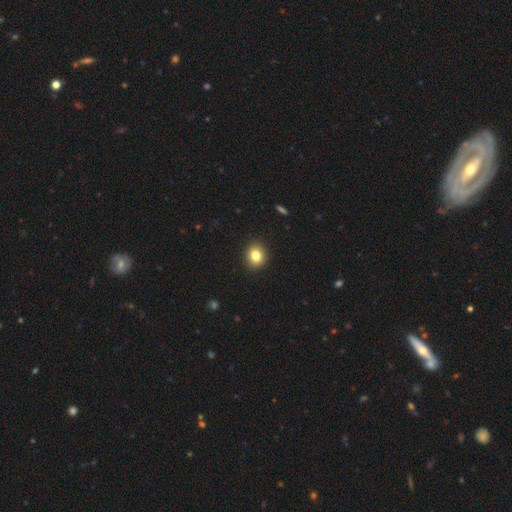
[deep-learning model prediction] smooth 82%, star or artifact 11%, featured or disk 8%. Down the decision tree: how rounded — round (69%); merging — none (91%).